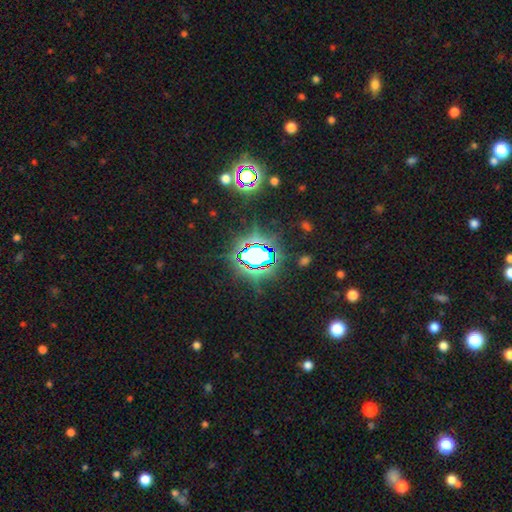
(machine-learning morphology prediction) type=star or artifact (74%).